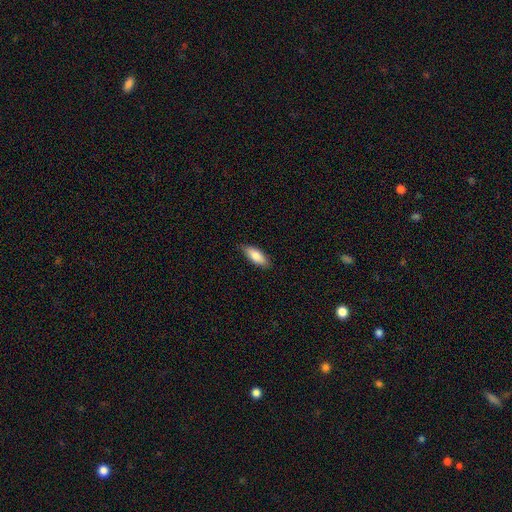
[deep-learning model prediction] smooth_or_featured: smooth (p=0.84) [alt: featured or disk p=0.11]
how_rounded: in between (p=0.72) [alt: cigar-shaped p=0.26]
merging: none (p=0.86) [alt: minor disturbance p=0.11]